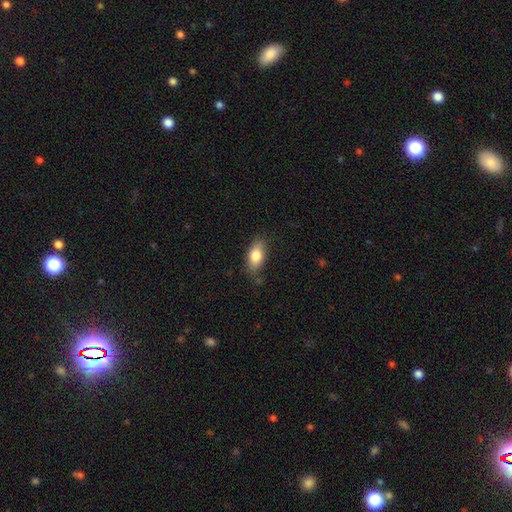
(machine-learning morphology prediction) Overall: smooth (81%). How rounded: in between (87%). Merging: none (77%).